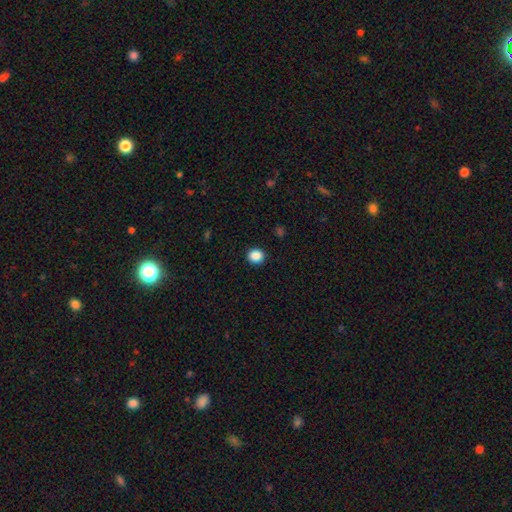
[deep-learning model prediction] smooth-or-featured: smooth: 87% | star or artifact: 10% | featured or disk: 3%
  how-rounded: round: 87% | in between: 12% | cigar-shaped: 1%
  merging: none: 92% | minor disturbance: 5% | major disturbance: 2% | merger: 1%